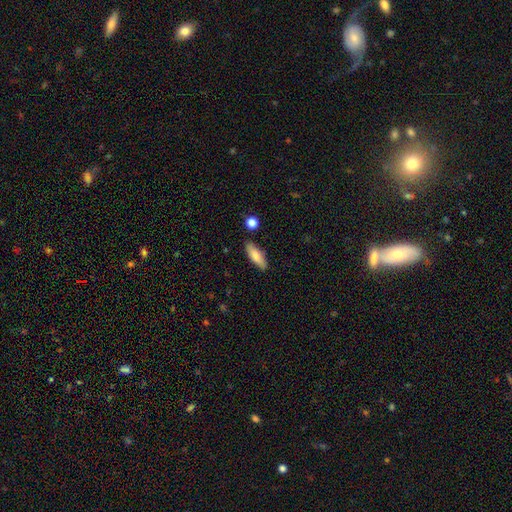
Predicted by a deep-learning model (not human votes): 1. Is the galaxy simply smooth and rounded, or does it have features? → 79% smooth, 15% featured or disk, 6% star or artifact.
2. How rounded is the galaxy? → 52% in between, 46% cigar-shaped, 2% round.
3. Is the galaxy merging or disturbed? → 84% none, 10% minor disturbance, 3% merger, 2% major disturbance.